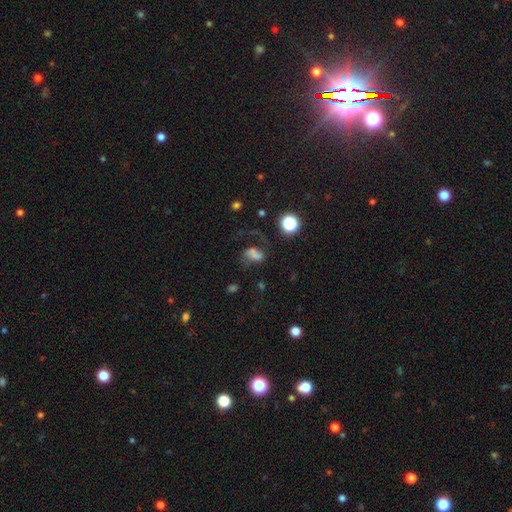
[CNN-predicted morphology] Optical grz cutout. It shows a smooth galaxy with no disk features (46%). Merging: major disturbance (37%).